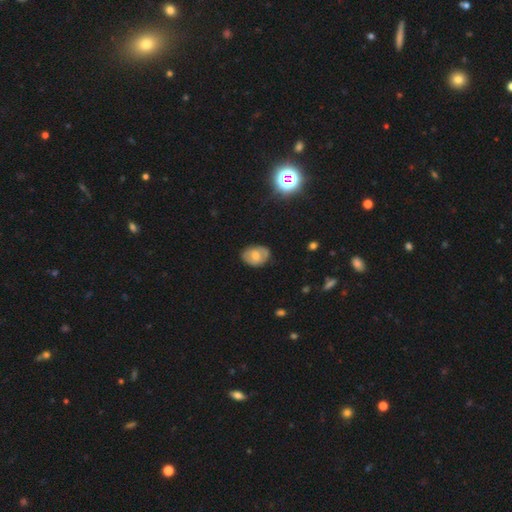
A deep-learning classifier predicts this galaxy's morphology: Smooth or featured? Predicted: smooth (p=0.59). How rounded? Predicted: in between (p=0.68). Merging? Predicted: none (p=0.73).